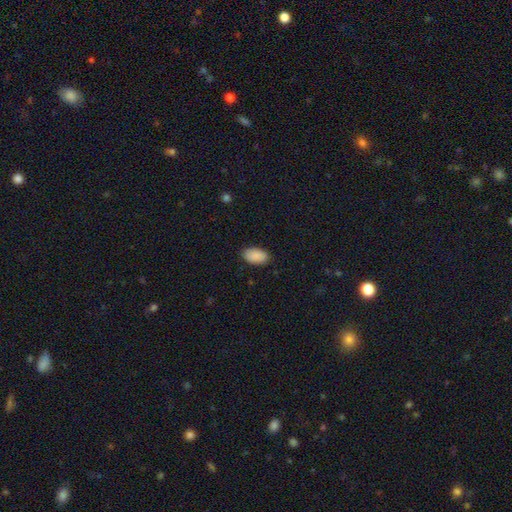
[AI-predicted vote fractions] A smooth galaxy with no disk features (91%) that is in between round and cigar-shaped (95%).

Vote fractions:
- Smooth or featured? smooth: 91% / star or artifact: 6% / featured or disk: 3%
- How rounded? in between: 95% / round: 4% / cigar-shaped: 1%
- Merging? none: 88% / minor disturbance: 9% / major disturbance: 2% / merger: 1%